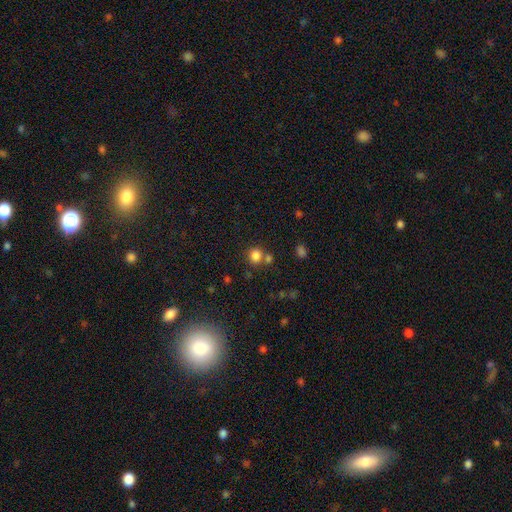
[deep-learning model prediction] Smooth or featured?
  - smooth: 81% *
  - star or artifact: 13%
  - featured or disk: 6%
How rounded?
  - round: 83% *
  - in between: 16%
  - cigar-shaped: 1%
Merging?
  - none: 64% *
  - merger: 23%
  - minor disturbance: 9%
  - major disturbance: 4%